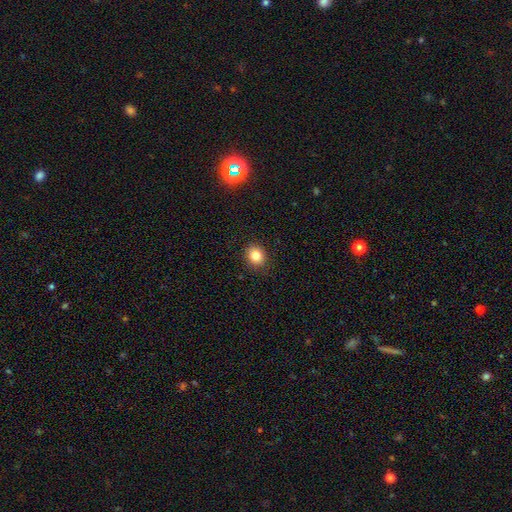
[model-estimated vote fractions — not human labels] Morphology: type=smooth (83%); roundness=round (68%); merging=none (89%).